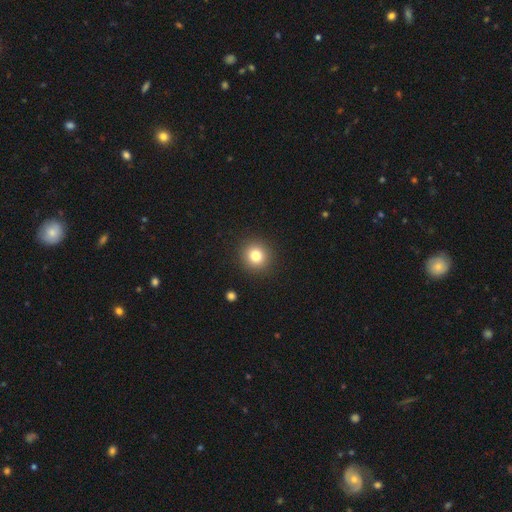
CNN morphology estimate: smooth_or_featured: smooth (p=0.80) [alt: star or artifact p=0.12]
how_rounded: round (p=0.91) [alt: in between p=0.08]
merging: none (p=0.92) [alt: minor disturbance p=0.05]